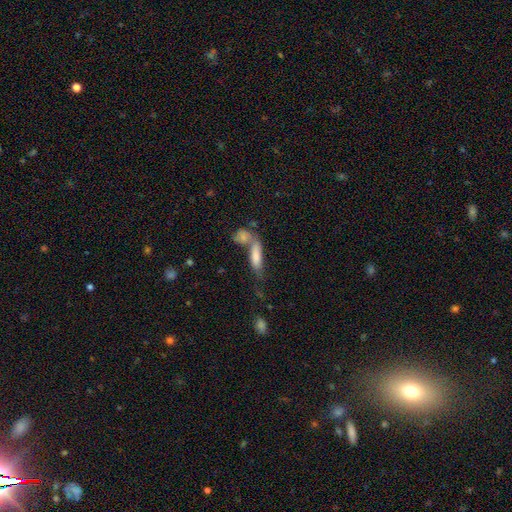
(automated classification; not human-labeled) This appears to be a smooth galaxy with no disk features (66%) that is cigar-shaped (52%). Merging: merger (51%).